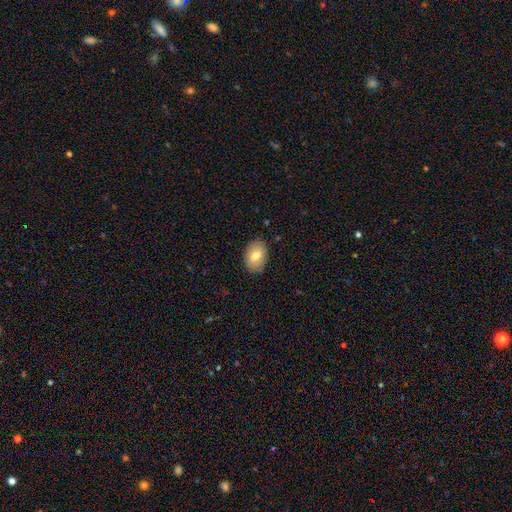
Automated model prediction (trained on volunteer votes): smooth 77%, featured or disk 16%, star or artifact 8%. Down the decision tree: how rounded — in between (78%); merging — none (87%).